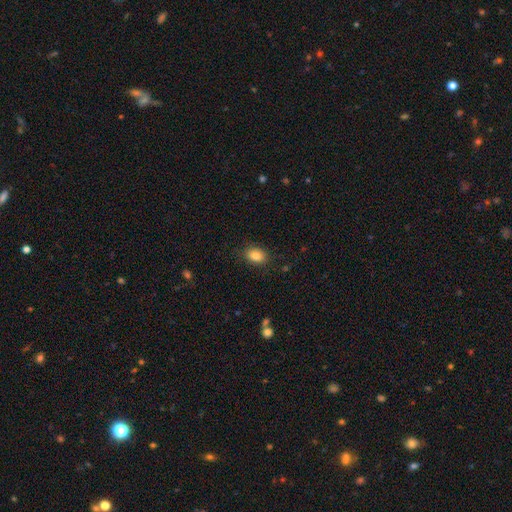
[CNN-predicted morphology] Smooth or featured: smooth — 84% (star or artifact — 9%)
How rounded: in between — 80% (round — 19%)
Merging: none — 85% (minor disturbance — 11%)